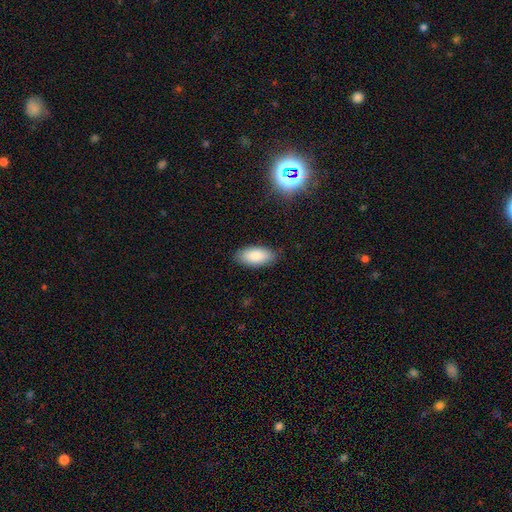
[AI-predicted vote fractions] smooth 87%, star or artifact 7%, featured or disk 6%. Down the decision tree: how rounded — in between (92%); merging — none (85%).